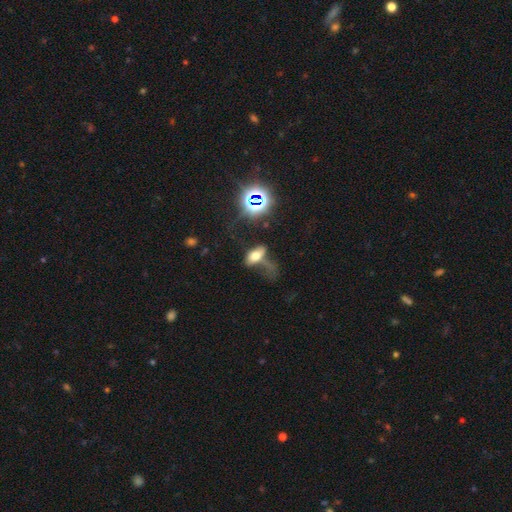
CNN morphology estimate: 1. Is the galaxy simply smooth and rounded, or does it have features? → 59% smooth, 22% featured or disk, 20% star or artifact.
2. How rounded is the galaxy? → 84% in between, 9% round, 8% cigar-shaped.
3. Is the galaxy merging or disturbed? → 35% major disturbance, 30% none, 20% minor disturbance, 16% merger.